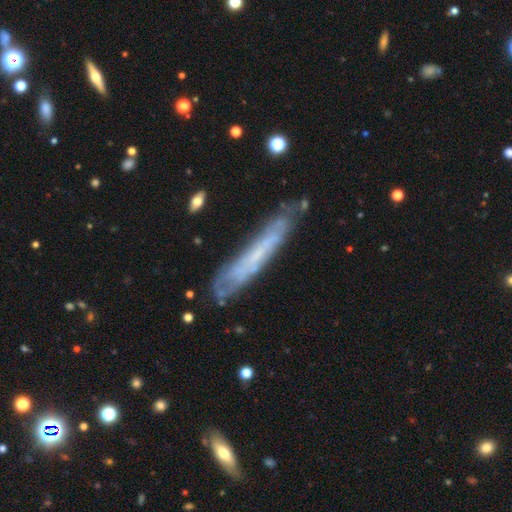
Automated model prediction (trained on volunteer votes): Smooth or featured: featured or disk — 53% (smooth — 39%)
Edge-on disk: yes — 66% (no — 34%)
Merging: none — 70% (minor disturbance — 21%)